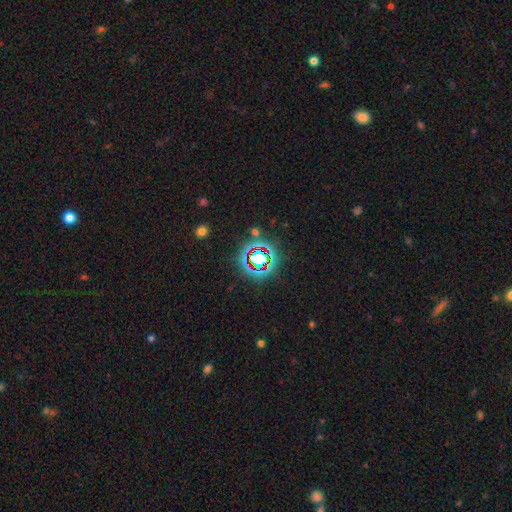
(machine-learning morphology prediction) type=star or artifact (73%).